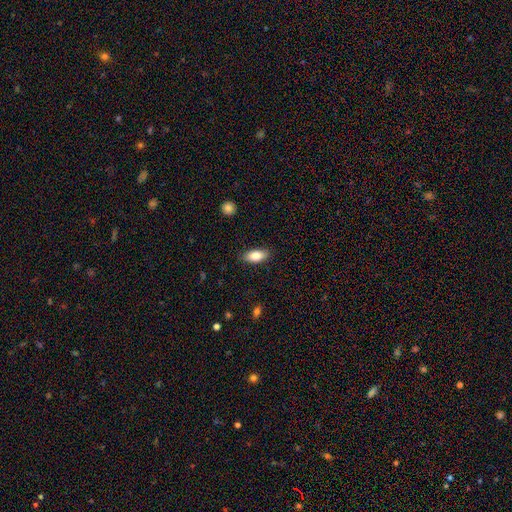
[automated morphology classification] Smooth or featured?
  - smooth: 82% *
  - featured or disk: 11%
  - star or artifact: 7%
How rounded?
  - in between: 88% *
  - cigar-shaped: 9%
  - round: 3%
Merging?
  - none: 87% *
  - minor disturbance: 10%
  - major disturbance: 2%
  - merger: 1%